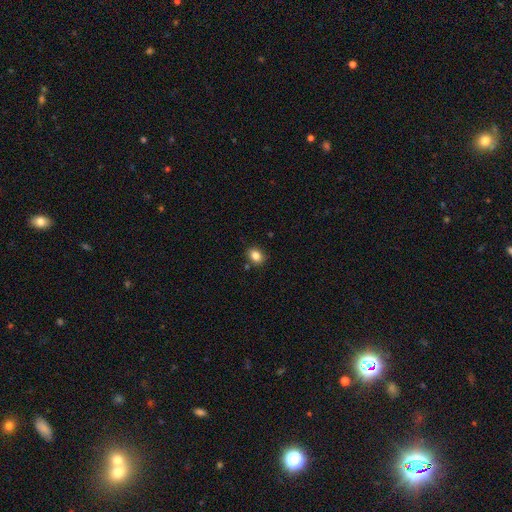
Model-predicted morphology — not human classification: smooth 84%, star or artifact 10%, featured or disk 6%. Down the decision tree: how rounded — in between (59%); merging — none (84%).